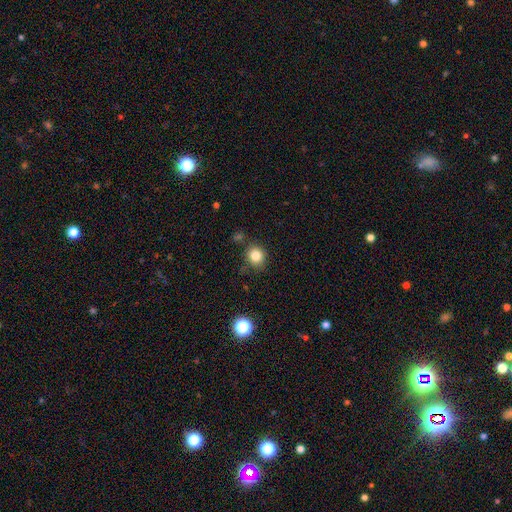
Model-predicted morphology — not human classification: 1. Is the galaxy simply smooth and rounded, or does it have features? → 83% smooth, 12% star or artifact, 6% featured or disk.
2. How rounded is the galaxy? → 82% round, 17% in between, 1% cigar-shaped.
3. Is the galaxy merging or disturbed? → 80% none, 12% minor disturbance, 4% merger, 4% major disturbance.